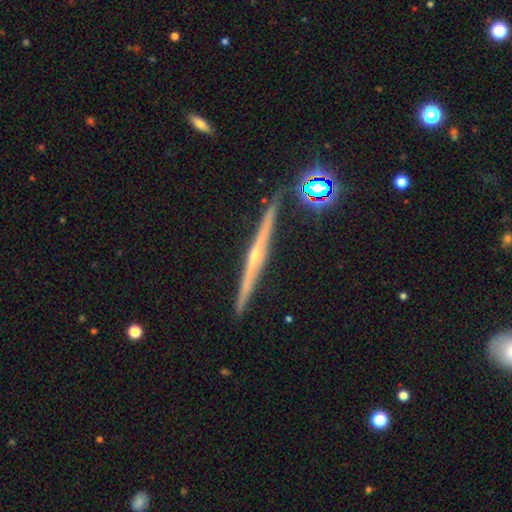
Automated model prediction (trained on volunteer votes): smooth-or-featured: featured or disk: 81% | smooth: 12% | star or artifact: 7%
  disk-edge-on: yes: 98% | no: 2%
    edge-on-bulge: rounded: 70% | none: 25% | boxy: 5%
  merging: none: 90% | minor disturbance: 7% | merger: 2% | major disturbance: 1%